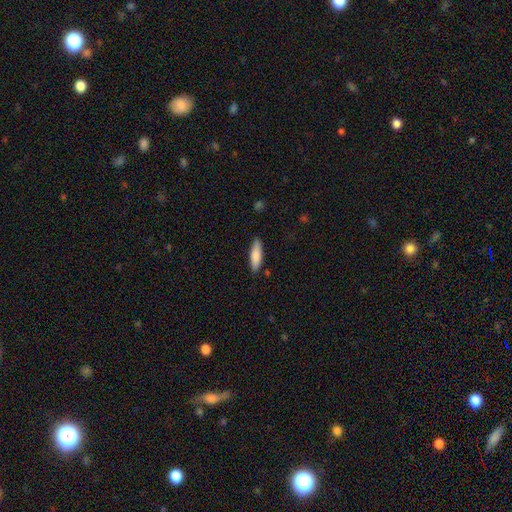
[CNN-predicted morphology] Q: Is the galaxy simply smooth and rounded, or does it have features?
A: smooth — 81%.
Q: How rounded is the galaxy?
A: cigar-shaped — 59%.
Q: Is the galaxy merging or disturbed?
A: none — 87%.